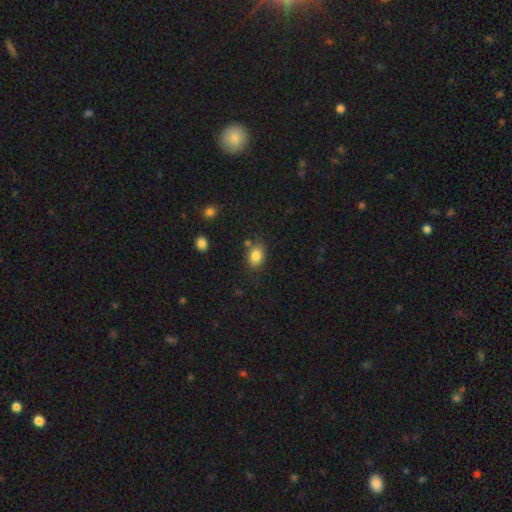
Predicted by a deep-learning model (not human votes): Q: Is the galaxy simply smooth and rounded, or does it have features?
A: smooth — 84%.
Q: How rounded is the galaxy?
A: in between — 67%.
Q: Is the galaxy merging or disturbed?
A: none — 72%.